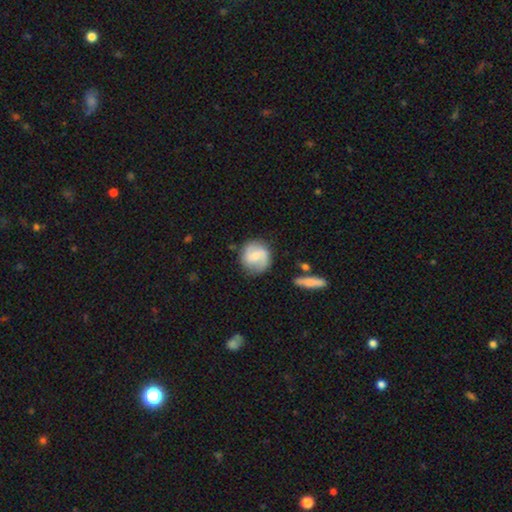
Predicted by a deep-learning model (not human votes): This appears to be a featured or disk galaxy (58%) with a weak bar (49%), 2 (84%) medium (44%) spiral arms (89%) and a small central bulge (48%). Merging: none (79%).